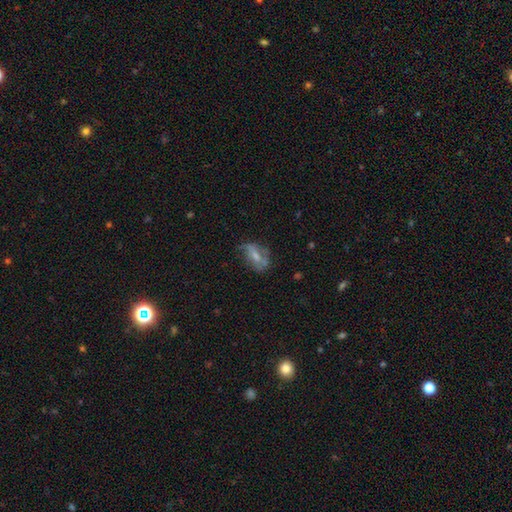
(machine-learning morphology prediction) The model was most divided on "smooth or featured": featured or disk: 51%, smooth: 39%, star or artifact: 10%. Remaining: edge-on disk — no (89%); merging — none (48%).